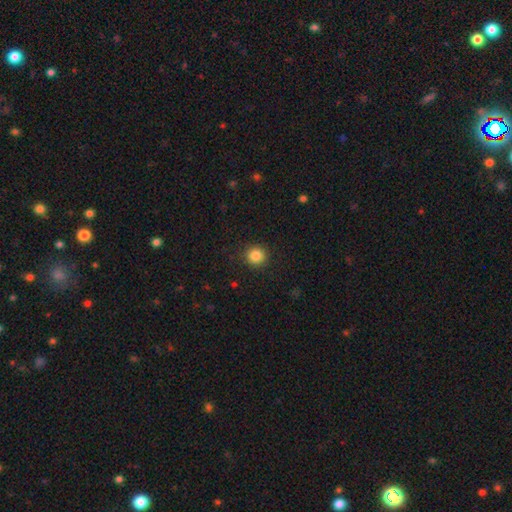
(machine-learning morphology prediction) Smooth or featured?
  - smooth: 86% *
  - star or artifact: 10%
  - featured or disk: 4%
How rounded?
  - round: 93% *
  - in between: 6%
  - cigar-shaped: 1%
Merging?
  - none: 91% *
  - minor disturbance: 6%
  - major disturbance: 2%
  - merger: 1%